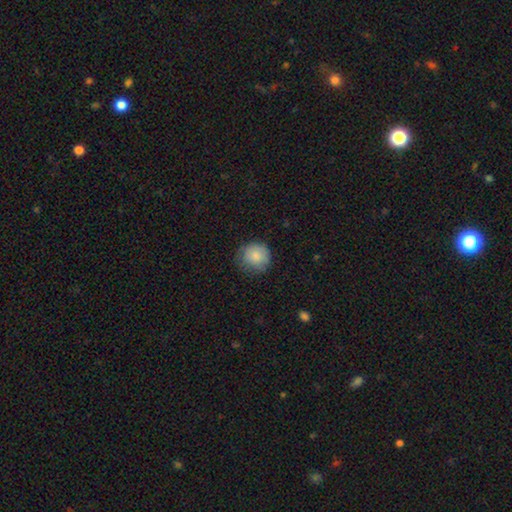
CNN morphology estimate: smooth_or_featured: smooth (p=0.84) [alt: featured or disk p=0.08]
how_rounded: round (p=0.91) [alt: in between p=0.08]
merging: none (p=0.73) [alt: minor disturbance p=0.21]